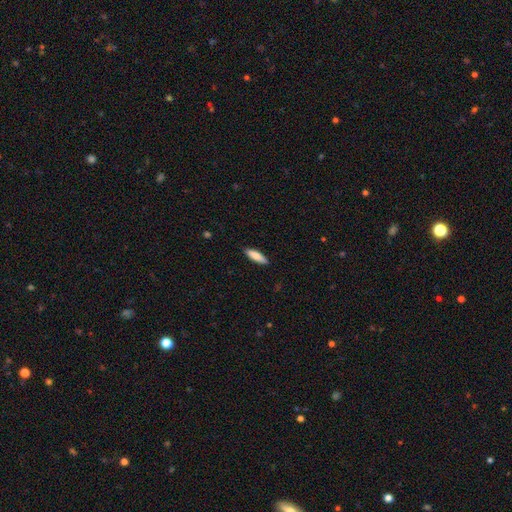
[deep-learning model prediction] A smooth galaxy with no disk features (84%) that is cigar-shaped (55%). Merging: none (88%).